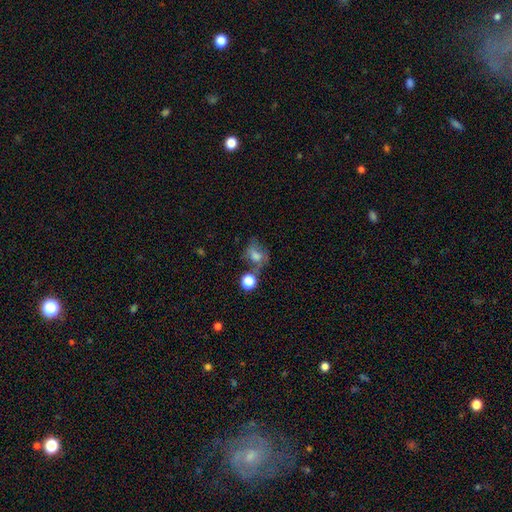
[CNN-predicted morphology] A smooth galaxy with no disk features (60%) that is in between round and cigar-shaped (53%).

Vote fractions:
- Smooth or featured? smooth: 60% / featured or disk: 25% / star or artifact: 14%
- How rounded? in between: 53% / round: 45% / cigar-shaped: 2%
- Merging? none: 37% / minor disturbance: 22% / major disturbance: 21% / merger: 20%